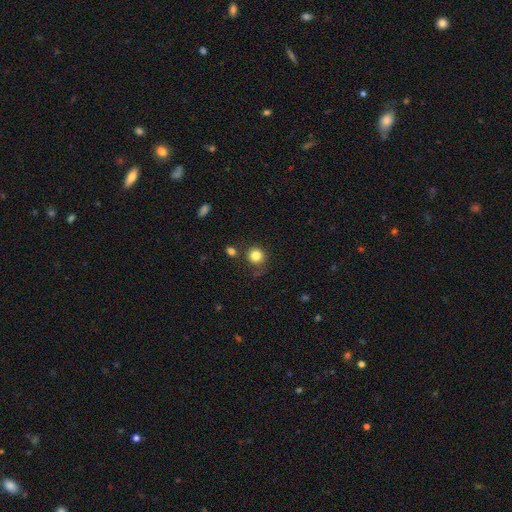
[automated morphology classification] smooth-or-featured: smooth: 83% | star or artifact: 11% | featured or disk: 6%
  how-rounded: round: 90% | in between: 9% | cigar-shaped: 1%
  merging: none: 74% | minor disturbance: 14% | merger: 6% | major disturbance: 6%